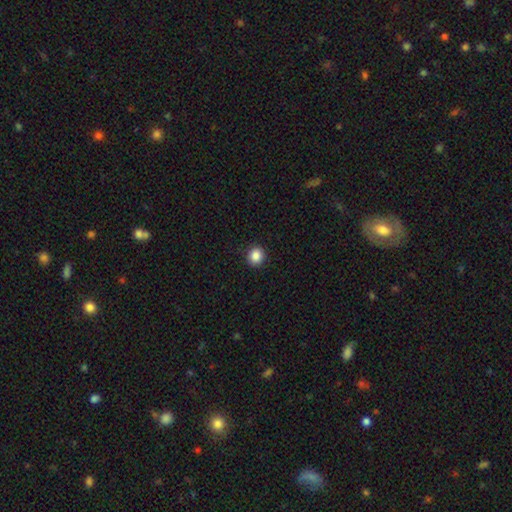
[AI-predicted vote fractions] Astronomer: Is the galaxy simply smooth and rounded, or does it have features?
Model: smooth — 87%.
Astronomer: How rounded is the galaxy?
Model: round — 87%.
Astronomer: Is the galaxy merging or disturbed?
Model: none — 91%.